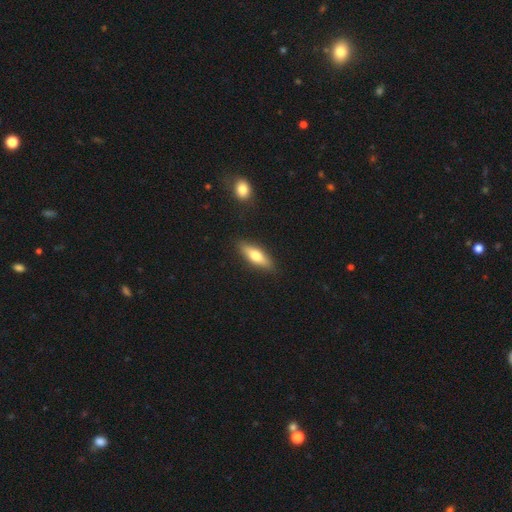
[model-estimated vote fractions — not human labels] smooth-or-featured: smooth: 65% | featured or disk: 29% | star or artifact: 6%
  how-rounded: cigar-shaped: 51% | in between: 47% | round: 2%
  merging: none: 87% | minor disturbance: 9% | major disturbance: 2% | merger: 2%